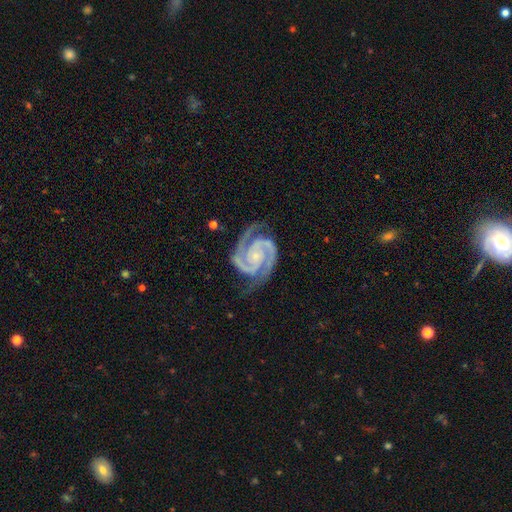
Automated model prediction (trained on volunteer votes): Smooth or featured?
  - featured or disk: 95% *
  - star or artifact: 4%
  - smooth: 2%
Edge-on disk?
  - no: 98% *
  - yes: 2%
Bar?
  - no: 65% *
  - weak: 22%
  - strong: 13%
Spiral arms?
  - yes: 99% *
  - no: 1%
Spiral winding?
  - tight: 58% *
  - medium: 39%
  - loose: 4%
Spiral arm count?
  - 2: 92% *
  - 3: 4%
  - can't tell: 1%
  - 4: 1%
  - 1: 1%
  - more than 4: 1%
Bulge size?
  - small: 79% *
  - moderate: 14%
  - none: 6%
  - large: 1%
  - dominant: 1%
Merging?
  - none: 79% *
  - minor disturbance: 15%
  - major disturbance: 4%
  - merger: 1%